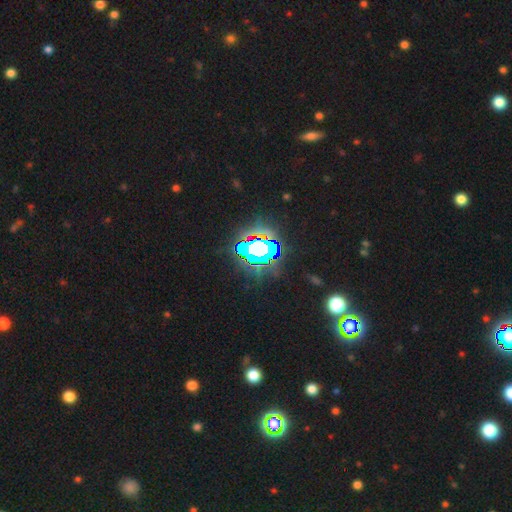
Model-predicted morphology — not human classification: Smooth or featured: star or artifact — 64% (featured or disk — 18%)